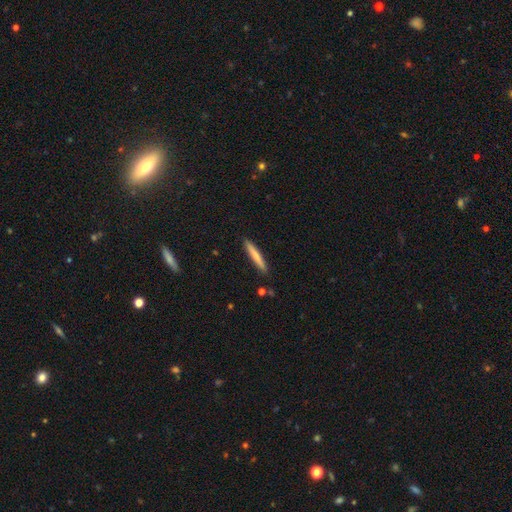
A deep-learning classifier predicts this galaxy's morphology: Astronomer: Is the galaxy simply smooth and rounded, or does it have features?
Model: smooth — 71%.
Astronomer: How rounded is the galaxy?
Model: cigar-shaped — 95%.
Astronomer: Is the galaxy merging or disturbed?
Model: none — 90%.